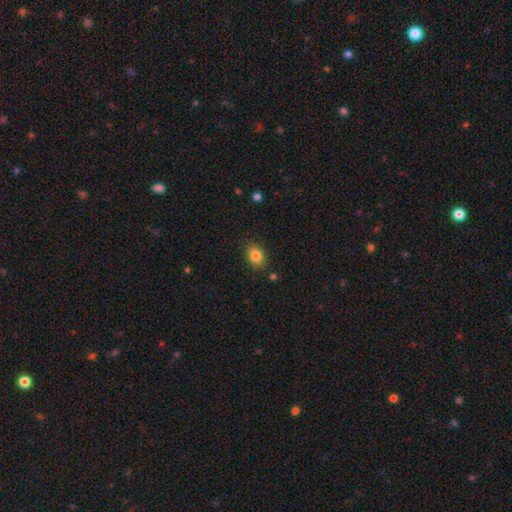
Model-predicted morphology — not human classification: Smooth or featured? smooth (84%)
How rounded? in between (64%)
Merging? none (84%)